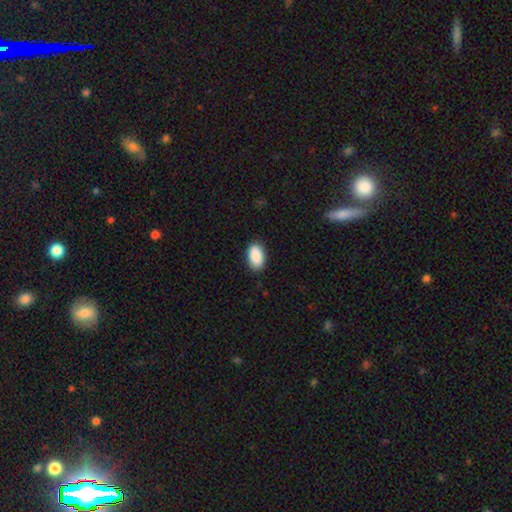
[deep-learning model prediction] This is clearly a smooth galaxy (90%). How rounded: clearly in between (94%). Merging: clearly none (87%).